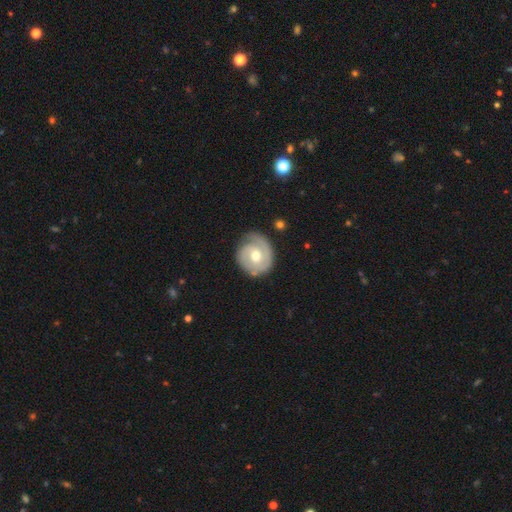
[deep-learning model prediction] Smooth or featured?
  - featured or disk: 72% *
  - smooth: 23%
  - star or artifact: 5%
Edge-on disk?
  - no: 97% *
  - yes: 3%
Bar?
  - no: 68% *
  - weak: 27%
  - strong: 5%
Spiral arms?
  - yes: 88% *
  - no: 12%
Spiral winding?
  - tight: 65% *
  - medium: 26%
  - loose: 10%
Spiral arm count?
  - 1: 44% *
  - 2: 36%
  - can't tell: 13%
  - 3: 4%
  - 4: 1%
  - more than 4: 1%
Bulge size?
  - moderate: 74% *
  - small: 20%
  - large: 4%
  - none: 1%
  - dominant: 1%
Merging?
  - none: 71% *
  - minor disturbance: 20%
  - major disturbance: 7%
  - merger: 2%